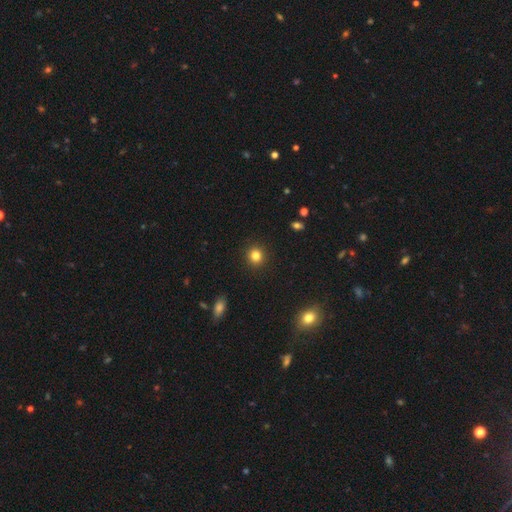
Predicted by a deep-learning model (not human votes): Smooth or featured?
  - smooth: 83% *
  - star or artifact: 12%
  - featured or disk: 5%
How rounded?
  - round: 92% *
  - in between: 7%
  - cigar-shaped: 1%
Merging?
  - none: 92% *
  - minor disturbance: 5%
  - major disturbance: 2%
  - merger: 1%